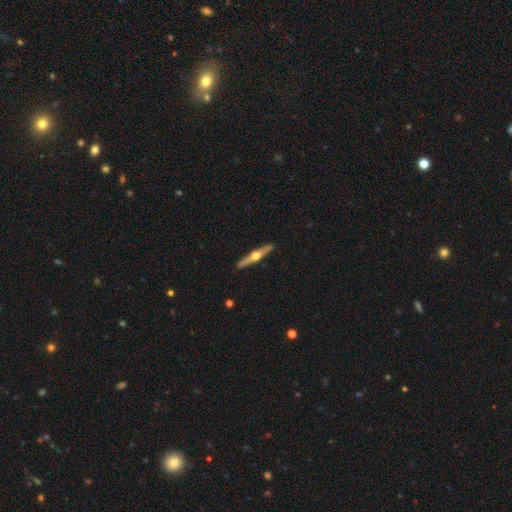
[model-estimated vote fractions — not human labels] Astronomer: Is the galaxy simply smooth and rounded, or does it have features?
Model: featured or disk — 70%.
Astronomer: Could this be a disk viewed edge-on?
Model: yes — 97%.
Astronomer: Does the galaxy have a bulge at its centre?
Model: rounded — 96%.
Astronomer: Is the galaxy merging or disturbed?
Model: none — 92%.